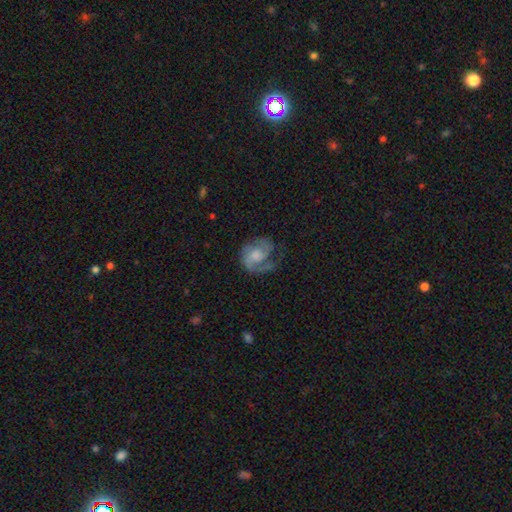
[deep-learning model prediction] Smooth or featured? featured or disk (69%)
Edge-on disk? no (98%)
Bar? no (67%)
Spiral arms? yes (87%)
Spiral winding? medium (45%)
Spiral arm count? 2 (39%)
Bulge size? moderate (40%)
Merging? none (46%)